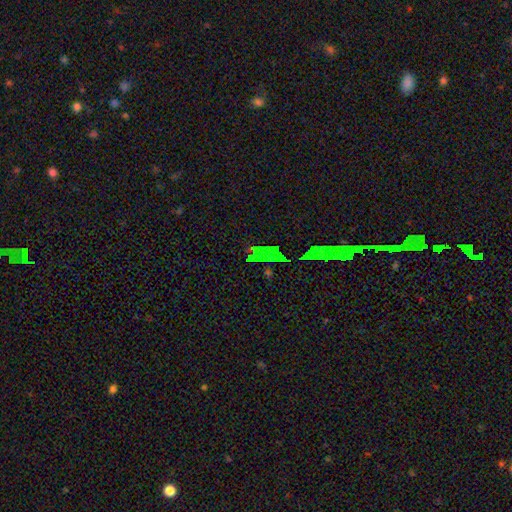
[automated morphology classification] type=star or artifact (64%).